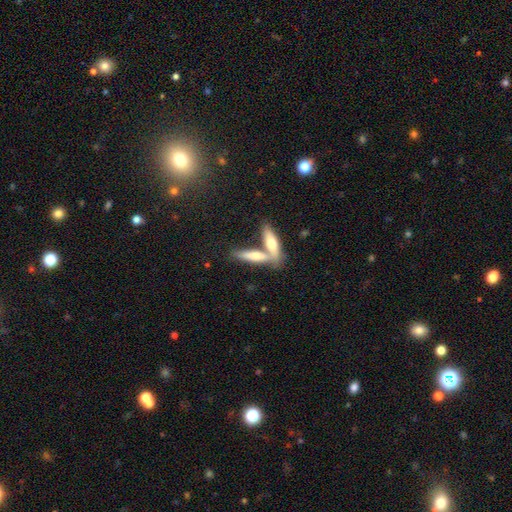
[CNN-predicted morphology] This is possibly a smooth galaxy (59%). How rounded: likely cigar-shaped (69%). Merging: possibly merger (52%).